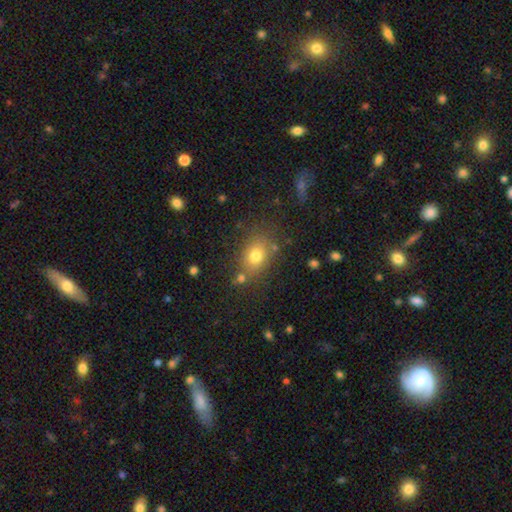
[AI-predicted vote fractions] A smooth galaxy with no disk features (76%) that is in between round and cigar-shaped (61%).

Vote fractions:
- Smooth or featured? smooth: 76% / star or artifact: 13% / featured or disk: 11%
- How rounded? in between: 61% / round: 37% / cigar-shaped: 1%
- Merging? none: 76% / minor disturbance: 13% / merger: 6% / major disturbance: 5%